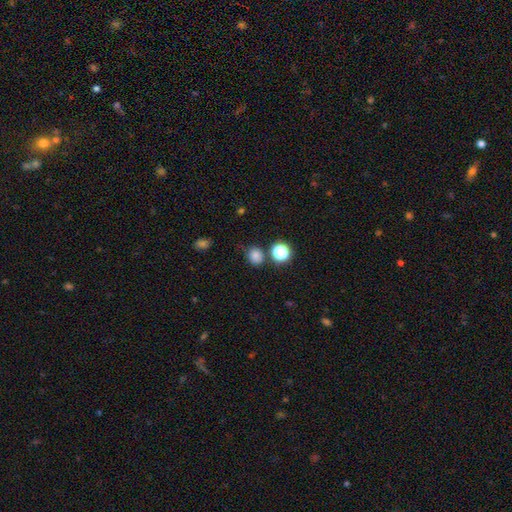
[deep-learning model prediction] Smooth or featured? smooth (78%)
How rounded? round (72%)
Merging? none (71%)